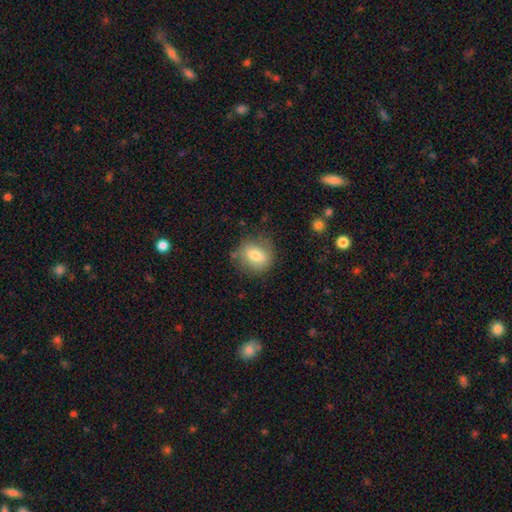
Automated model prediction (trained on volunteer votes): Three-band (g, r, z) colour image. It shows a smooth galaxy with no disk features (72%) that is round (66%). Merging: none (75%).